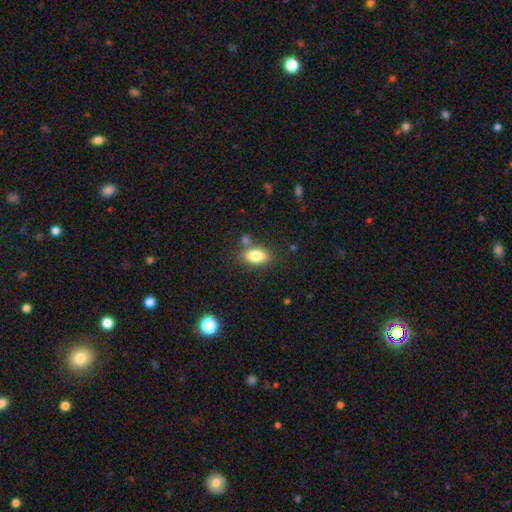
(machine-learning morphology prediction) Smooth or featured: smooth — 81% (featured or disk — 11%)
How rounded: in between — 88% (round — 8%)
Merging: none — 74% (minor disturbance — 13%)